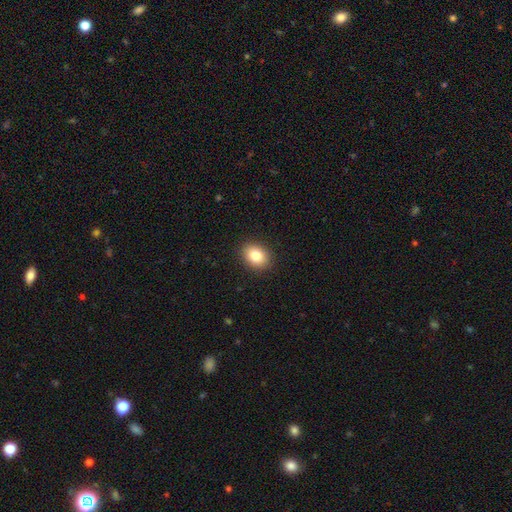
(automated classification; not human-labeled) A smooth galaxy with no disk features (83%) that is in between round and cigar-shaped (65%). Merging: none (90%).